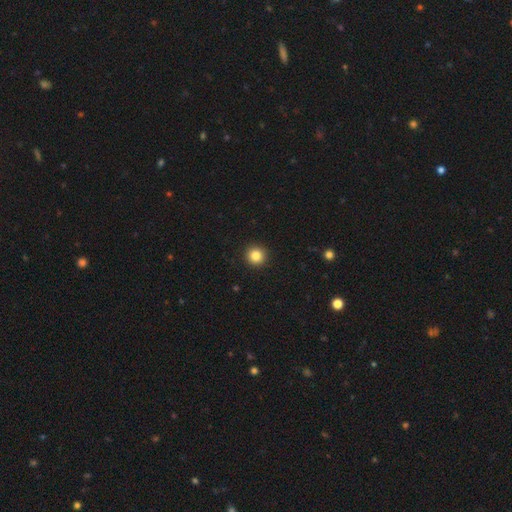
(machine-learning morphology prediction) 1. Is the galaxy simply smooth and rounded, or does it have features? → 84% smooth, 11% star or artifact, 5% featured or disk.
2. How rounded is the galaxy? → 95% round, 4% in between, 1% cigar-shaped.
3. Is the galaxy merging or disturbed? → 93% none, 4% minor disturbance, 1% major disturbance, 1% merger.